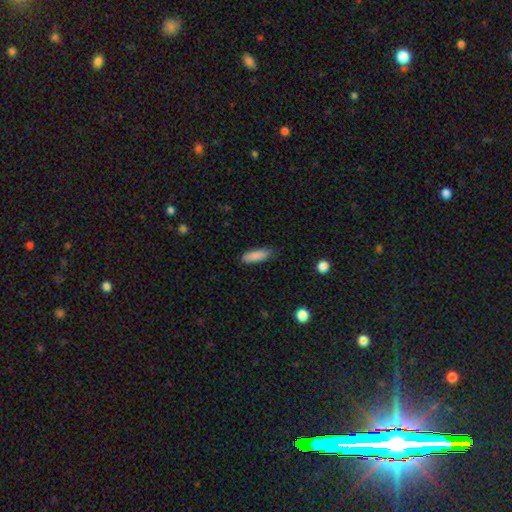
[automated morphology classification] Smooth or featured: smooth — 88% (star or artifact — 7%)
How rounded: in between — 51% (cigar-shaped — 47%)
Merging: none — 81% (minor disturbance — 15%)